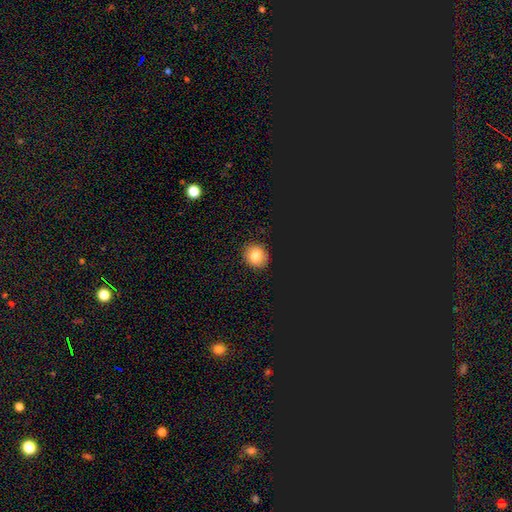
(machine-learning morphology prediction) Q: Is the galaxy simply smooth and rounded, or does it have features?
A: smooth — 76%.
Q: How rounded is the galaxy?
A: round — 83%.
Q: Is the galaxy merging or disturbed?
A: none — 90%.